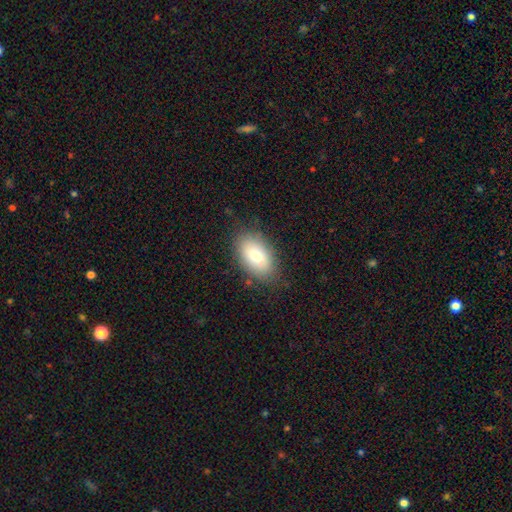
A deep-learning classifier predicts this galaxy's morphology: Smooth or featured: smooth — 77% (featured or disk — 16%)
How rounded: in between — 90% (round — 8%)
Merging: none — 82% (minor disturbance — 13%)